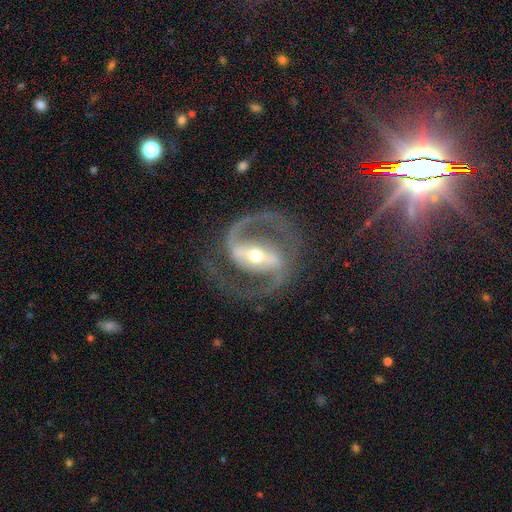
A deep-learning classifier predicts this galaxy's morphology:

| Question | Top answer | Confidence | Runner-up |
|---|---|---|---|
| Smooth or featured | featured or disk | 92% | star or artifact (4%) |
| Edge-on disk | no | 97% | yes (3%) |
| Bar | strong | 71% | weak (21%) |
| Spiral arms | yes | 97% | no (3%) |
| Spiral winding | medium | 64% | loose (18%) |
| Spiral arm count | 2 | 93% | 1 (2%) |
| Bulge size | moderate | 53% | small (41%) |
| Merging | none | 79% | minor disturbance (11%) |